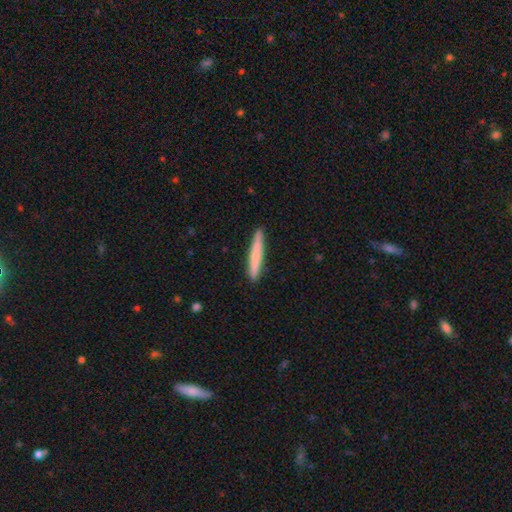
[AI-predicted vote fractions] Smooth or featured?
  - smooth: 70% *
  - featured or disk: 24%
  - star or artifact: 6%
How rounded?
  - cigar-shaped: 96% *
  - in between: 3%
  - round: 1%
Merging?
  - none: 91% *
  - minor disturbance: 7%
  - major disturbance: 1%
  - merger: 1%